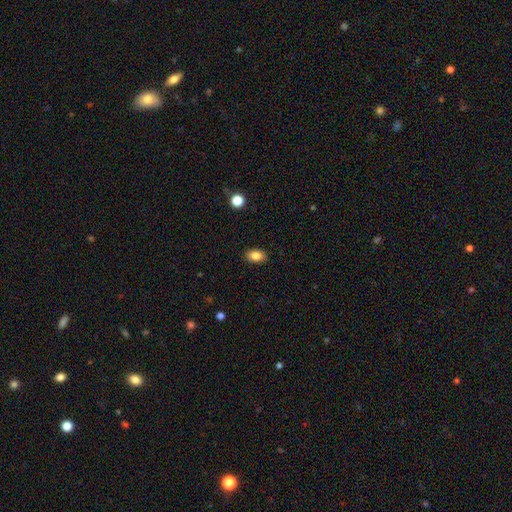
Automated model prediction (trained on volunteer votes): This is clearly a smooth galaxy (85%). How rounded: clearly in between (88%). Merging: clearly none (89%).